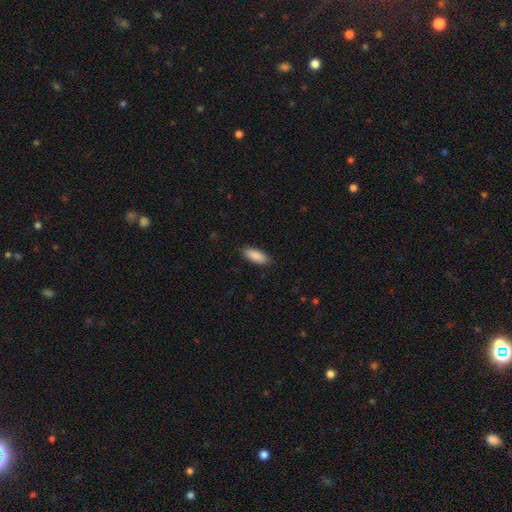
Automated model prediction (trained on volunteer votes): This appears to be a smooth galaxy with no disk features (90%) that is in between round and cigar-shaped (80%). Merging: none (89%).